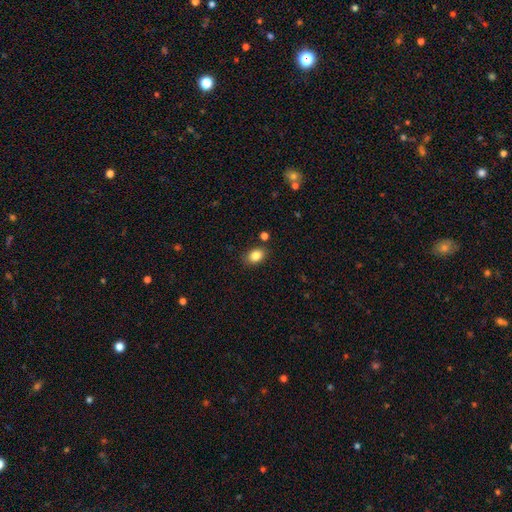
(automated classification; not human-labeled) Smooth or featured: smooth — 85% (star or artifact — 10%)
How rounded: in between — 70% (round — 29%)
Merging: none — 84% (minor disturbance — 10%)